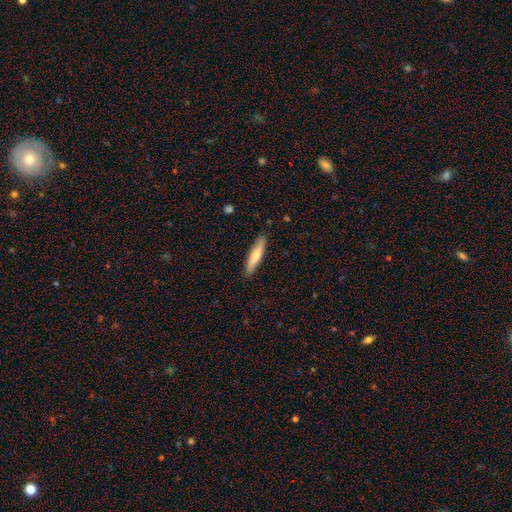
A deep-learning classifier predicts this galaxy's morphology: A smooth galaxy with no disk features (68%) that is cigar-shaped (85%). Merging: none (89%).